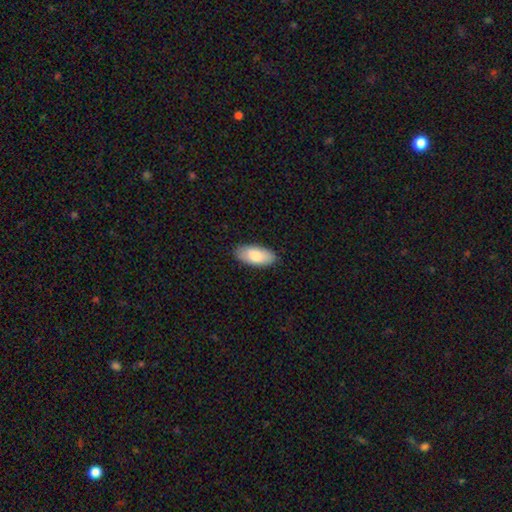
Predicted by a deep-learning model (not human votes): Q: Smooth or featured?
A: smooth (84%); runner-up: featured or disk (11%)
Q: How rounded?
A: in between (90%); runner-up: cigar-shaped (8%)
Q: Merging?
A: none (87%); runner-up: minor disturbance (10%)